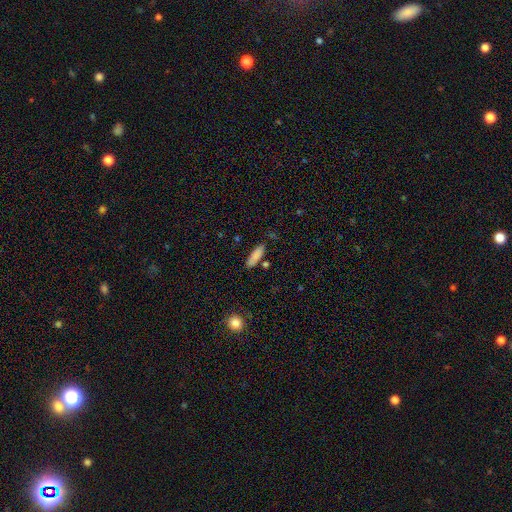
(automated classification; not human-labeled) smooth-or-featured: smooth: 85% | featured or disk: 8% | star or artifact: 7%
  how-rounded: cigar-shaped: 53% | in between: 45% | round: 2%
  merging: none: 79% | minor disturbance: 13% | merger: 5% | major disturbance: 3%